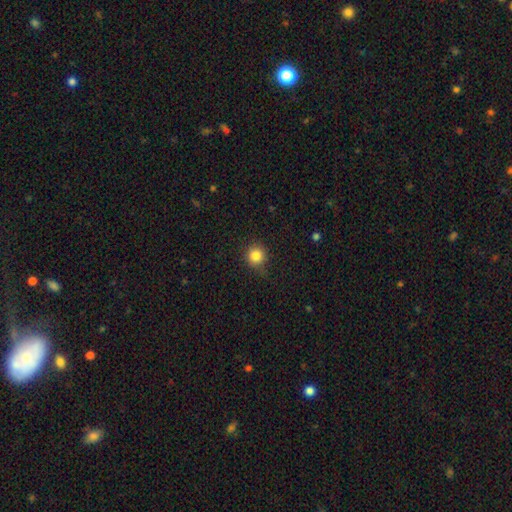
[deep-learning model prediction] A smooth galaxy with no disk features (84%) that is round (92%). Merging: none (85%).